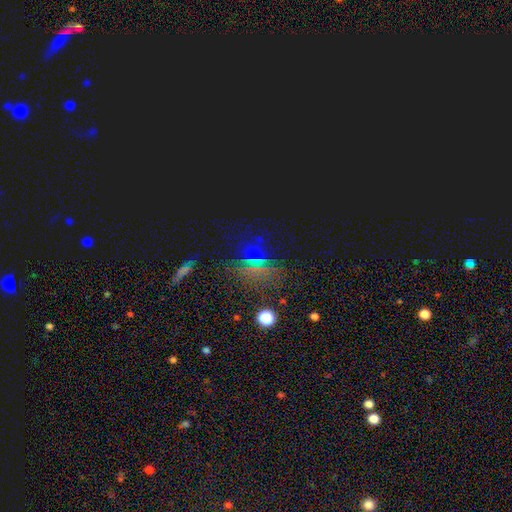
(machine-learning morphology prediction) The model was most divided on "smooth or featured": star or artifact: 66%, smooth: 25%, featured or disk: 9%.